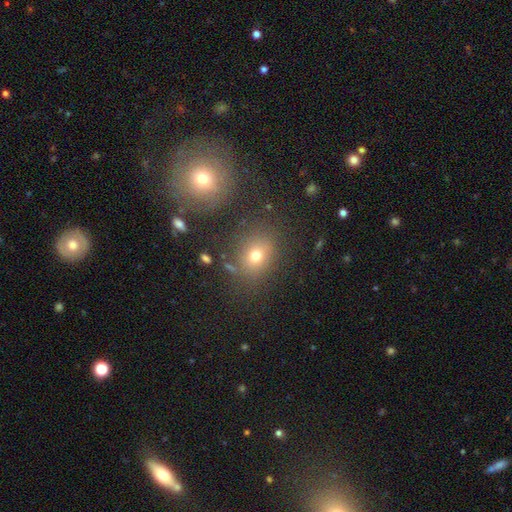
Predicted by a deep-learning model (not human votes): A smooth galaxy with no disk features (70%) that is round (59%). Merging: none (78%).